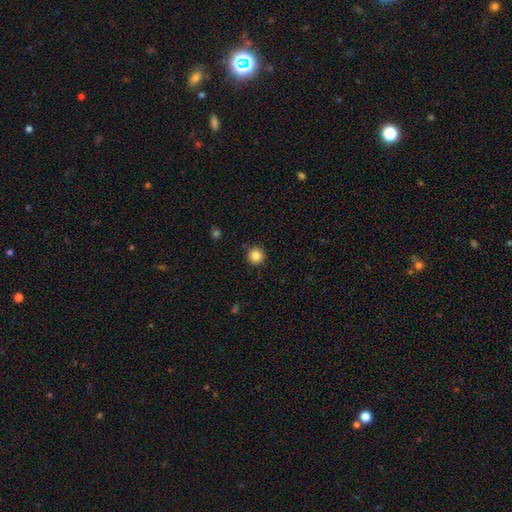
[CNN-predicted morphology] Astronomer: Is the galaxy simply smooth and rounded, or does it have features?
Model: smooth — 84%.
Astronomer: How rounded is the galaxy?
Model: round — 95%.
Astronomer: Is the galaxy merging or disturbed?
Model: none — 89%.